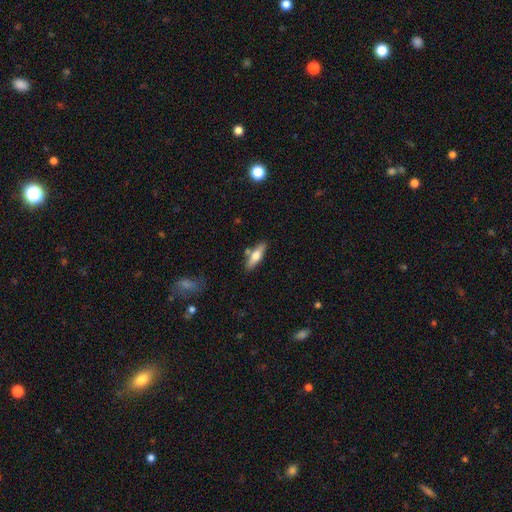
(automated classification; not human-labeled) Smooth or featured?
  - smooth: 53% *
  - featured or disk: 41%
  - star or artifact: 6%
How rounded?
  - cigar-shaped: 59% *
  - in between: 39%
  - round: 2%
Merging?
  - none: 77% *
  - minor disturbance: 12%
  - merger: 8%
  - major disturbance: 3%